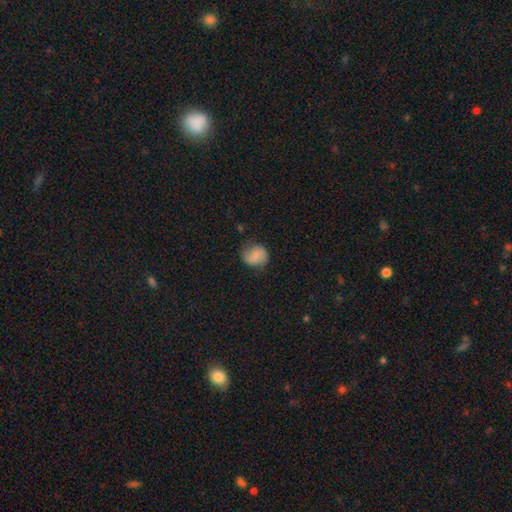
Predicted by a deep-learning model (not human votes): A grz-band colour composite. It shows a smooth galaxy with no disk features (59%) that is round (70%). Merging: none (71%).